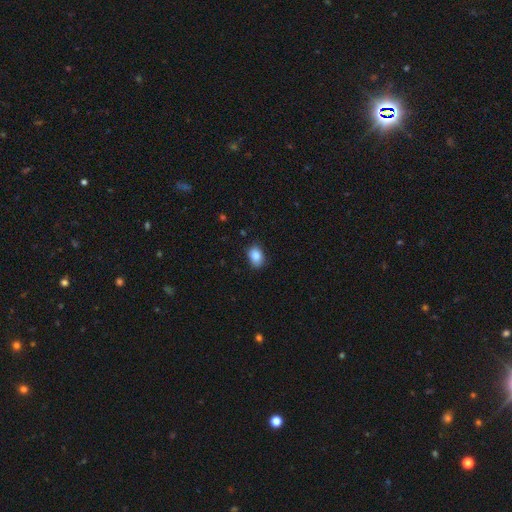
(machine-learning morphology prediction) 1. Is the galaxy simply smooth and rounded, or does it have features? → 87% smooth, 8% star or artifact, 5% featured or disk.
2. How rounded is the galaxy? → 75% in between, 24% round, 1% cigar-shaped.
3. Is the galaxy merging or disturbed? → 81% none, 15% minor disturbance, 3% major disturbance, 1% merger.